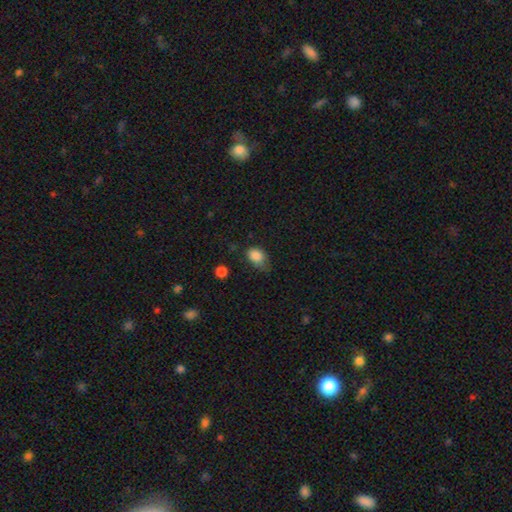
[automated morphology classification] The model was most divided on "merging": none: 44%, minor disturbance: 41%, major disturbance: 13%, merger: 3%. More confident: smooth or featured — smooth (85%); how rounded — in between (69%).